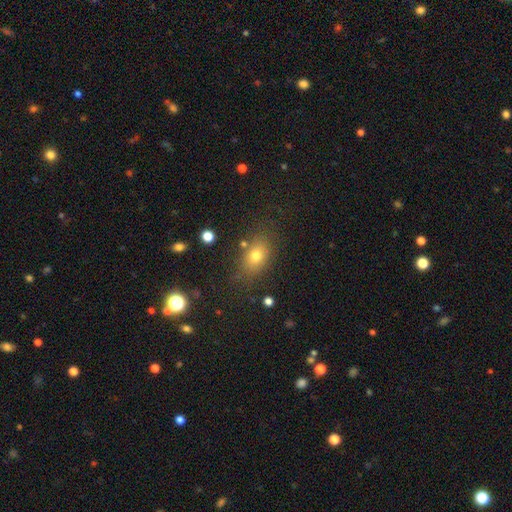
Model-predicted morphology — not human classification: Smooth or featured: smooth — 72% (star or artifact — 16%)
How rounded: in between — 72% (round — 25%)
Merging: none — 79% (minor disturbance — 13%)